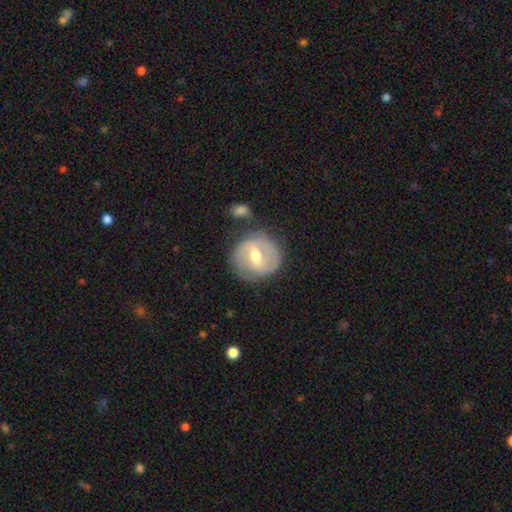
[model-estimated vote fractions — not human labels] This appears to be a featured or disk galaxy (70%) with a weak bar (53%), 2 (73%) tight (45%) spiral arms (75%) and a moderate central bulge (76%). Merging: none (68%).